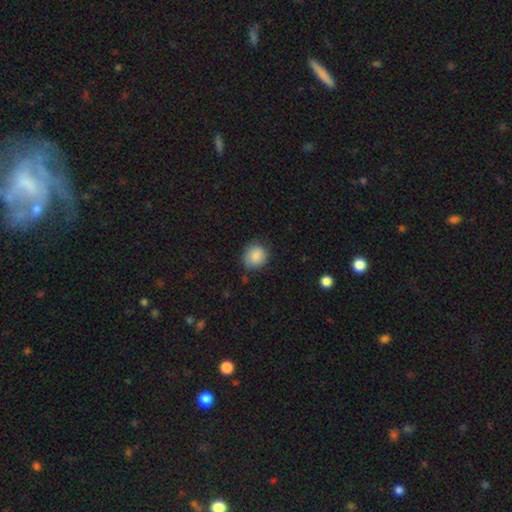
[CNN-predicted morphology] Smooth or featured: smooth — 86% (star or artifact — 8%)
How rounded: round — 72% (in between — 27%)
Merging: none — 75% (minor disturbance — 19%)